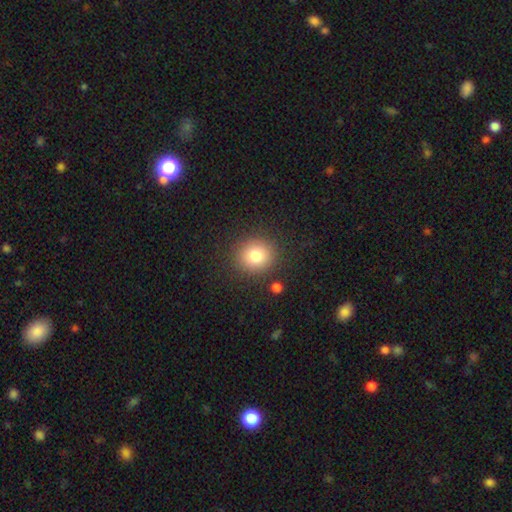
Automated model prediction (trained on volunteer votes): Overall: smooth (80%). How rounded: round (85%). Merging: none (87%).